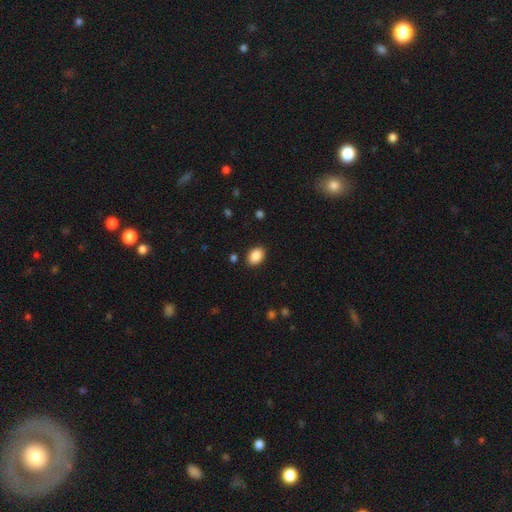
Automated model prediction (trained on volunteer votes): Smooth or featured?
  - smooth: 88% *
  - star or artifact: 8%
  - featured or disk: 4%
How rounded?
  - in between: 78% *
  - round: 21%
  - cigar-shaped: 1%
Merging?
  - none: 88% *
  - minor disturbance: 8%
  - major disturbance: 2%
  - merger: 1%